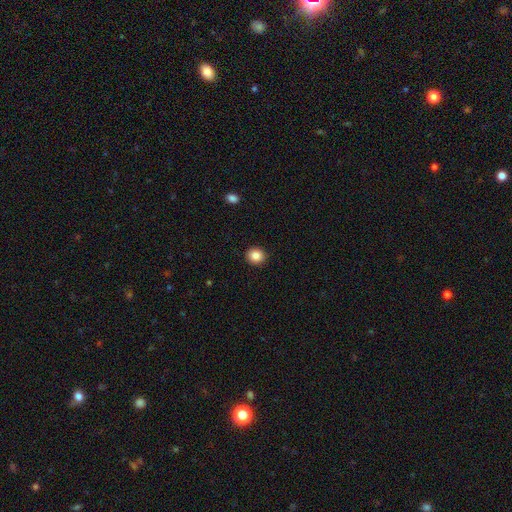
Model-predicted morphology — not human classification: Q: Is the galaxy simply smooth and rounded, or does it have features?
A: smooth — 85%.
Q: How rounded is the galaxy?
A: round — 83%.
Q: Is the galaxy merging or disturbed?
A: none — 92%.